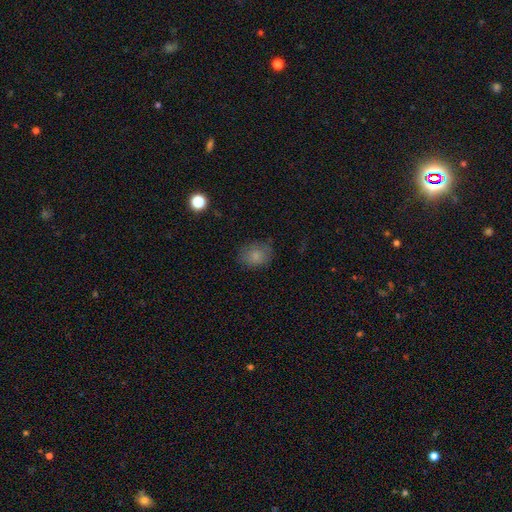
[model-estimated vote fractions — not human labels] A smooth galaxy with no disk features (81%) that is in between round and cigar-shaped (53%).

Vote fractions:
- Smooth or featured? smooth: 81% / star or artifact: 10% / featured or disk: 8%
- How rounded? in between: 53% / round: 46% / cigar-shaped: 1%
- Merging? none: 72% / minor disturbance: 20% / major disturbance: 6% / merger: 1%